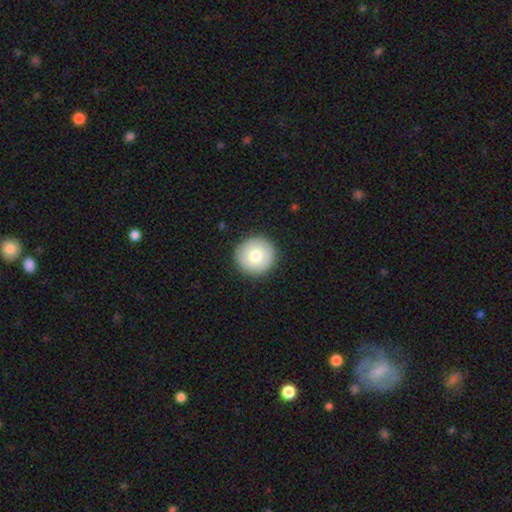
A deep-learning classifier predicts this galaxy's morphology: Q: Smooth or featured?
A: smooth (74%); runner-up: featured or disk (18%)
Q: How rounded?
A: round (95%); runner-up: in between (4%)
Q: Merging?
A: none (91%); runner-up: minor disturbance (6%)